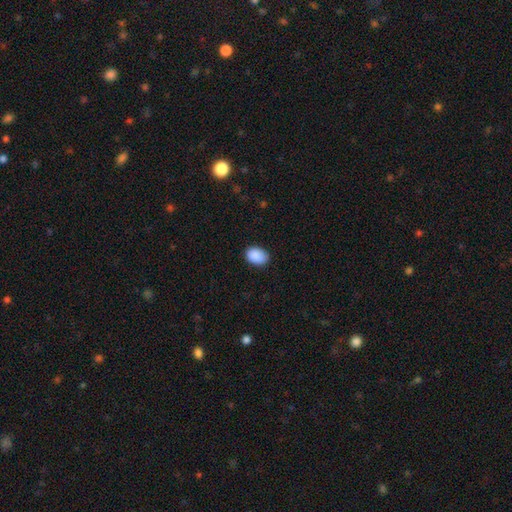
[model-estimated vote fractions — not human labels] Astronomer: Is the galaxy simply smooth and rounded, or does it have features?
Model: smooth — 90%.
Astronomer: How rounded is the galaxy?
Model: in between — 80%.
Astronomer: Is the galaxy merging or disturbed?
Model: none — 82%.